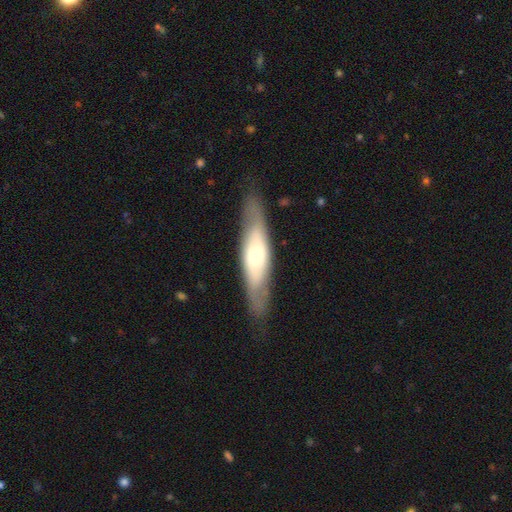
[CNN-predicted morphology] Smooth or featured? featured or disk (55%)
Edge-on disk? yes (53%)
Merging? none (81%)